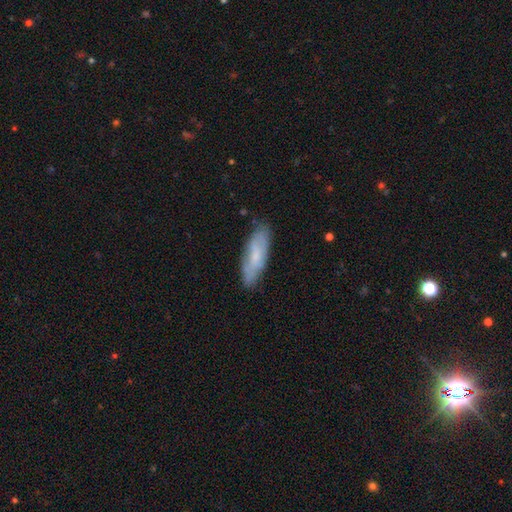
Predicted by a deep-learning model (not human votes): Smooth or featured?
  - smooth: 57% *
  - featured or disk: 36%
  - star or artifact: 7%
How rounded?
  - cigar-shaped: 51% *
  - in between: 47%
  - round: 2%
Merging?
  - none: 80% *
  - minor disturbance: 16%
  - major disturbance: 3%
  - merger: 1%